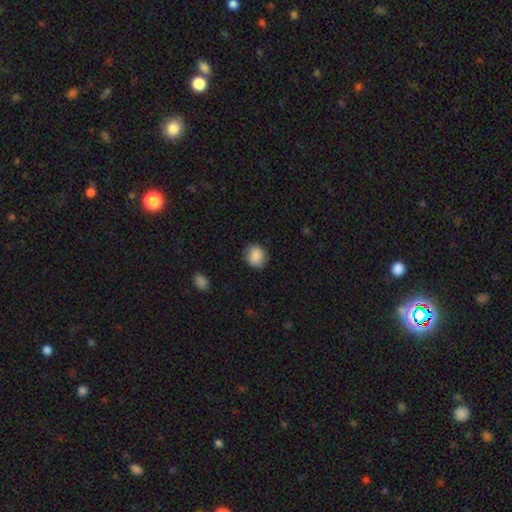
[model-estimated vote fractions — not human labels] smooth 88%, star or artifact 8%, featured or disk 4%. Down the decision tree: how rounded — round (78%); merging — none (86%).